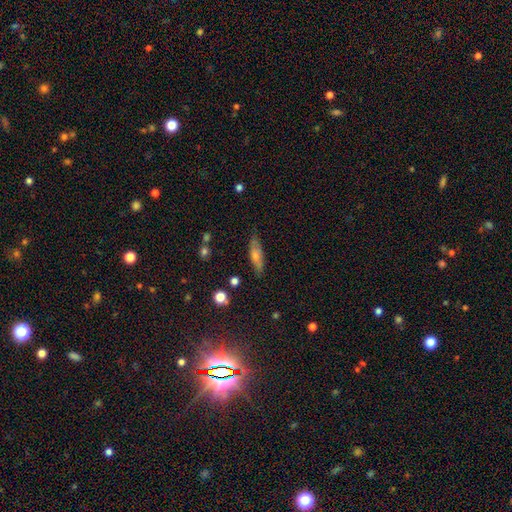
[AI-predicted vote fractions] Smooth or featured? smooth (51%)
How rounded? cigar-shaped (59%)
Merging? none (82%)